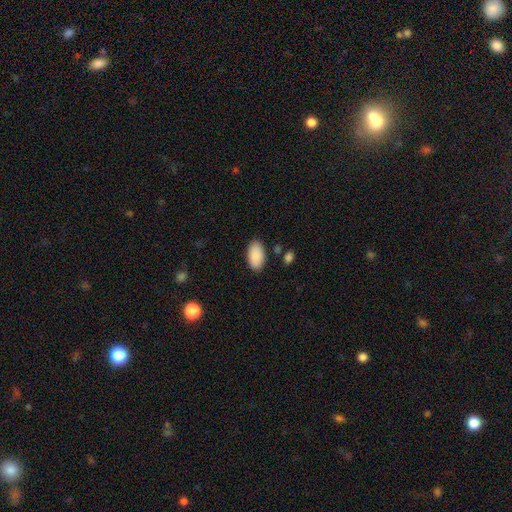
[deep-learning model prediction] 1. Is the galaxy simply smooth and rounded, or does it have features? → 90% smooth, 6% star or artifact, 4% featured or disk.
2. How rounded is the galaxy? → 95% in between, 3% round, 2% cigar-shaped.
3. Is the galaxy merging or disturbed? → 86% none, 10% minor disturbance, 2% major disturbance, 2% merger.